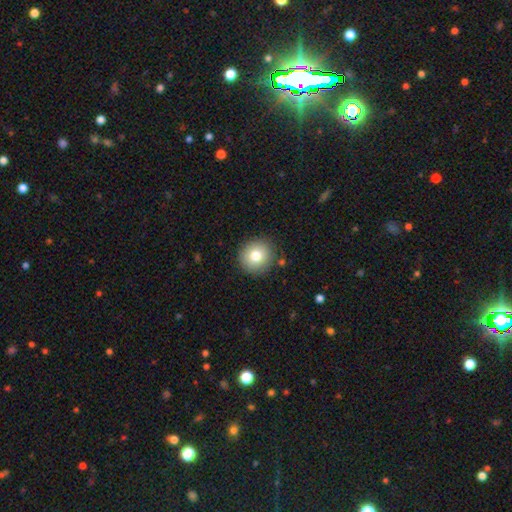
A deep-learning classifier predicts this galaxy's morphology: Smooth or featured? smooth (78%)
How rounded? round (93%)
Merging? none (88%)